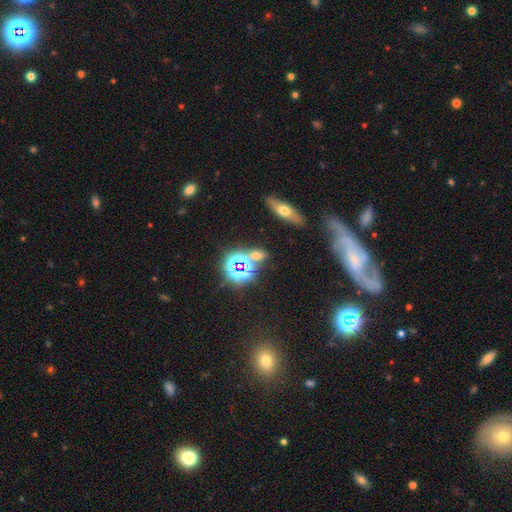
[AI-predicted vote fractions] star or artifact 52%, smooth 38%, featured or disk 10%.